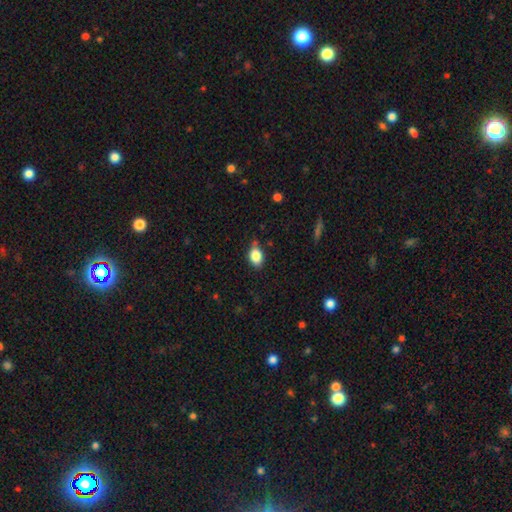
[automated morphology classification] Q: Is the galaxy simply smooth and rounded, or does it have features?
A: smooth — 84%.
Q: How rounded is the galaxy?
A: in between — 77%.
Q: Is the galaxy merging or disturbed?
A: none — 70%.